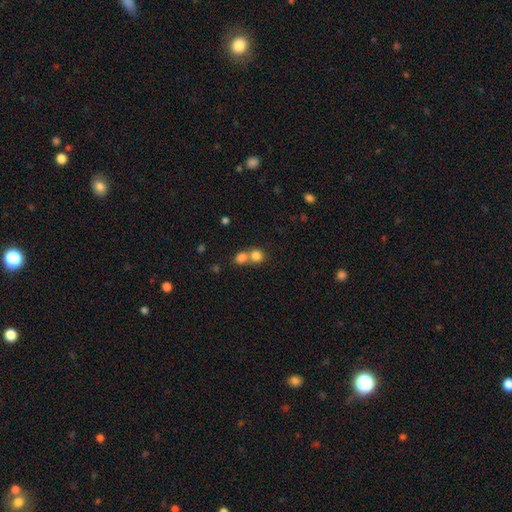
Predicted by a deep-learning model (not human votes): Morphology: type=smooth (81%); roundness=round (80%); merging=merger (52%).